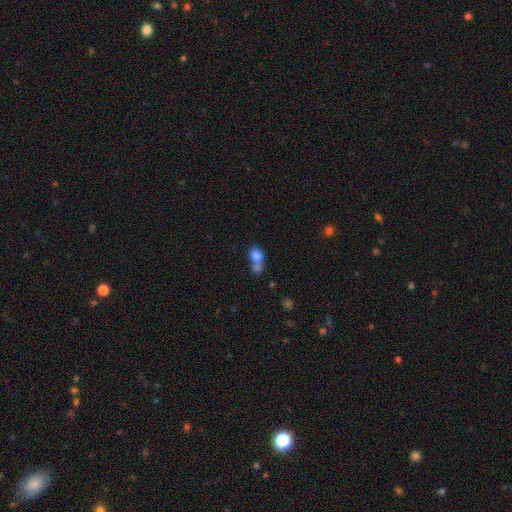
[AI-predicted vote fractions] Morphology: type=smooth (78%); roundness=in between (57%); merging=merger (58%).